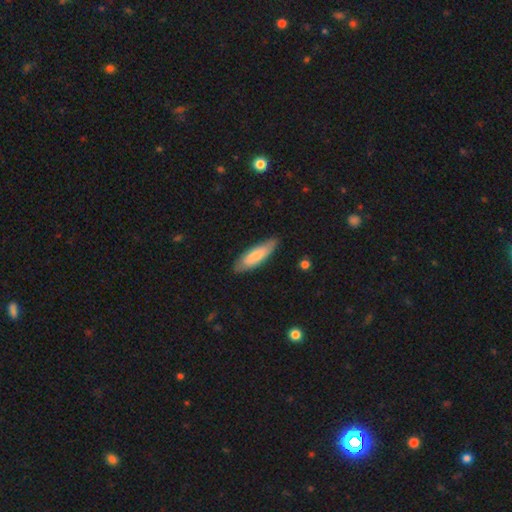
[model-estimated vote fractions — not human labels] This is likely a smooth galaxy (76%). How rounded: possibly cigar-shaped (53%). Merging: clearly none (83%).